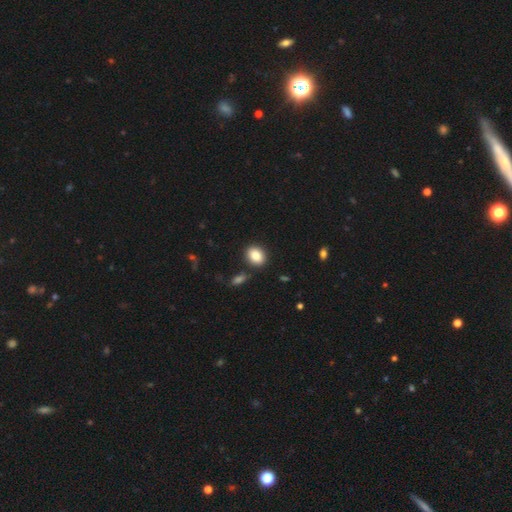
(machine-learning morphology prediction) Smooth or featured: smooth — 87% (star or artifact — 8%)
How rounded: in between — 59% (round — 40%)
Merging: none — 85% (minor disturbance — 8%)